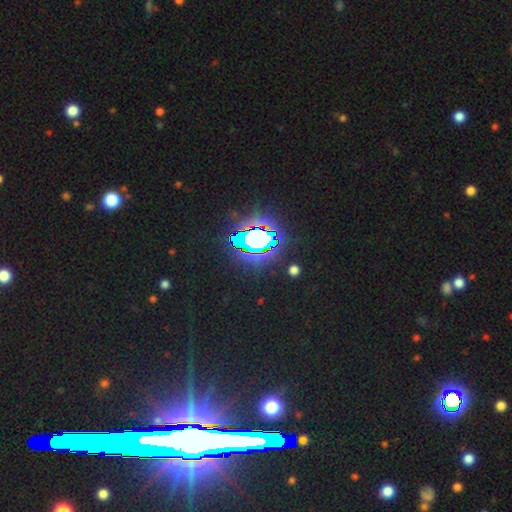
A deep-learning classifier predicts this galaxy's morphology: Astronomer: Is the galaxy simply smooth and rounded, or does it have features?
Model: star or artifact — 84%.